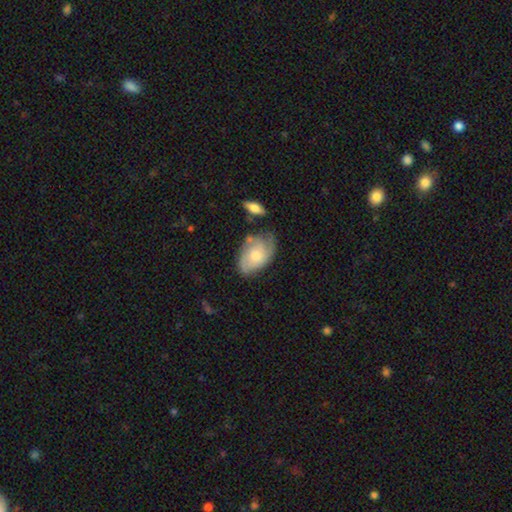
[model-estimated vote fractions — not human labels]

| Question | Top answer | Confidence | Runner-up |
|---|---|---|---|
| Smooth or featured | smooth | 51% | featured or disk (42%) |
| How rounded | in between | 87% | round (11%) |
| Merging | none | 47% | minor disturbance (32%) |